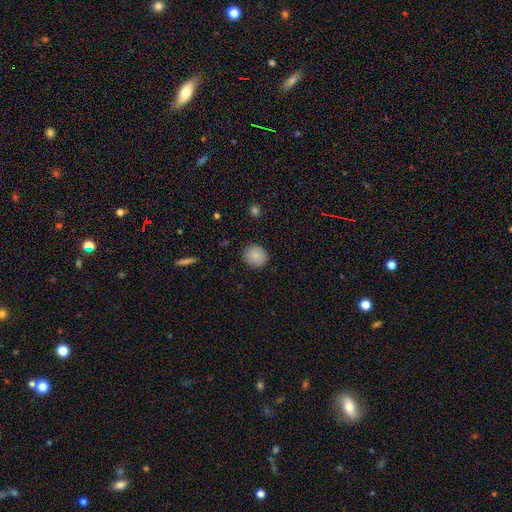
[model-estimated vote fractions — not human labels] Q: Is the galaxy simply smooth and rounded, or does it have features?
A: smooth — 85%.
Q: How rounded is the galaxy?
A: round — 90%.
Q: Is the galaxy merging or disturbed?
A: none — 90%.